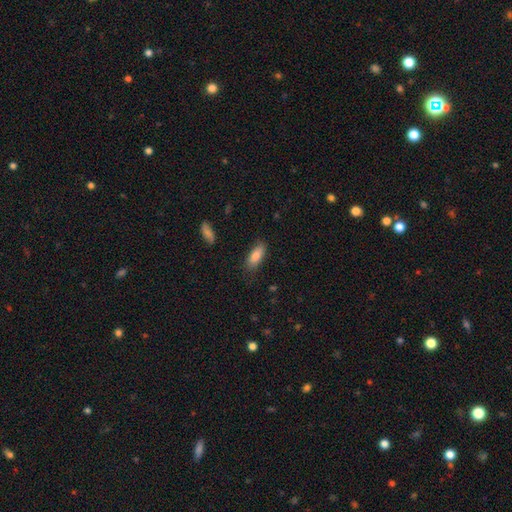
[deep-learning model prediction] A smooth galaxy with no disk features (83%) that is in between round and cigar-shaped (77%). Merging: none (80%).